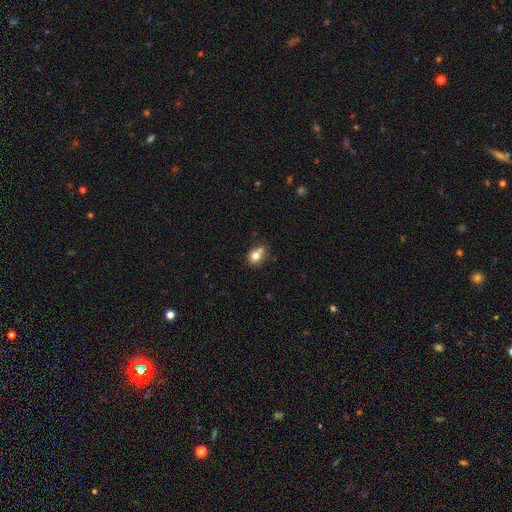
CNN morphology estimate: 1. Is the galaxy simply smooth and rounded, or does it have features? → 77% smooth, 11% star or artifact, 11% featured or disk.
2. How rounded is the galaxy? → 66% round, 33% in between, 1% cigar-shaped.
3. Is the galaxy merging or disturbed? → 52% none, 24% merger, 18% minor disturbance, 6% major disturbance.